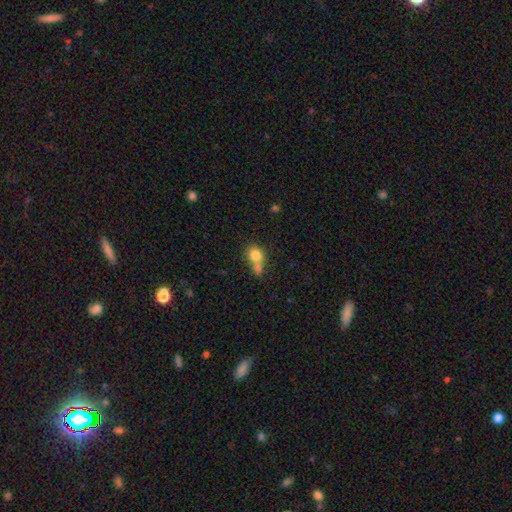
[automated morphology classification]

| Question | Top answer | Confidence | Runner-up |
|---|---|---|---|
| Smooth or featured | smooth | 78% | featured or disk (13%) |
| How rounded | round | 54% | in between (44%) |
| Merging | merger | 50% | none (29%) |